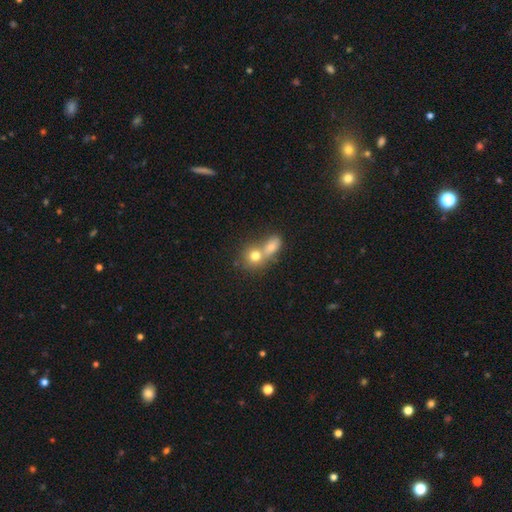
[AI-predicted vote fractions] Overall: smooth (74%). How rounded: round (70%). Merging: merger (62%; none 29%).